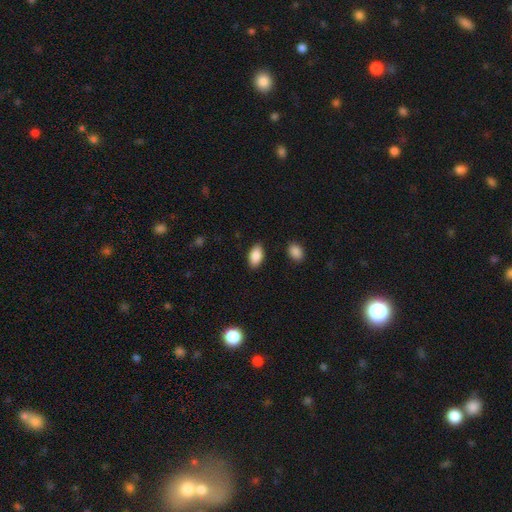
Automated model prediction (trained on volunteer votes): A smooth galaxy with no disk features (88%) that is in between round and cigar-shaped (94%). Merging: none (87%).